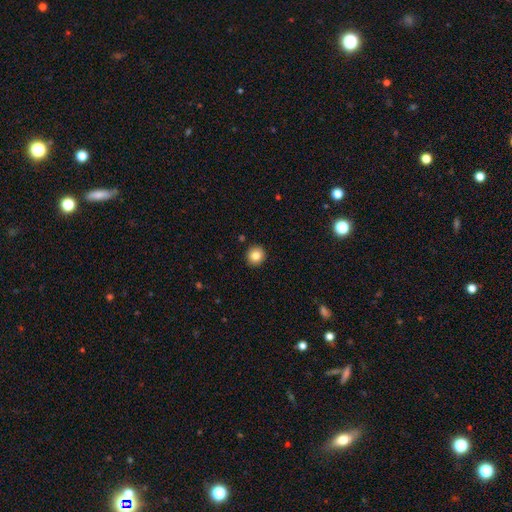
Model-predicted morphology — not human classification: Smooth or featured? smooth (83%)
How rounded? round (92%)
Merging? none (92%)